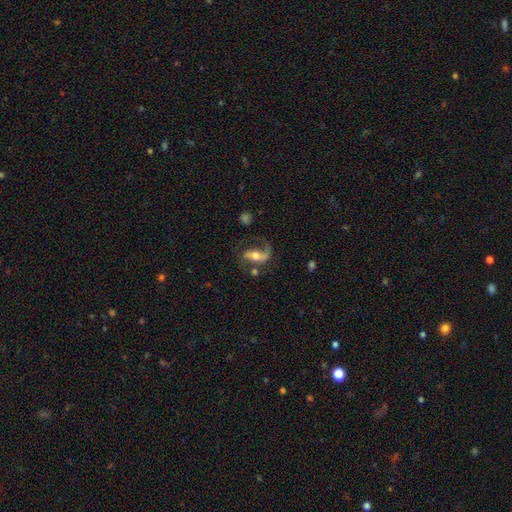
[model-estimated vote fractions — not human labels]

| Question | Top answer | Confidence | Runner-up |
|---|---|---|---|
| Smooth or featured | featured or disk | 72% | smooth (20%) |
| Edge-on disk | no | 92% | yes (8%) |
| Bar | strong | 37% | weak (32%) |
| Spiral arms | yes | 88% | no (12%) |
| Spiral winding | loose | 54% | medium (36%) |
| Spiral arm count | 2 | 65% | 1 (28%) |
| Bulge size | moderate | 64% | small (19%) |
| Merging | none | 50% | major disturbance (25%) |